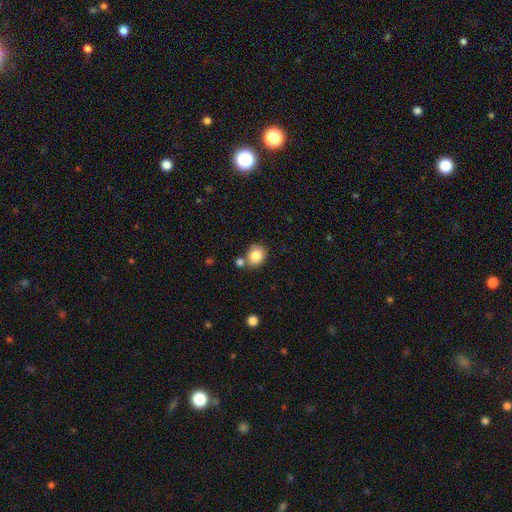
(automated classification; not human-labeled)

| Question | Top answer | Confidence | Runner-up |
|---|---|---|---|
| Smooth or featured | smooth | 83% | star or artifact (9%) |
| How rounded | round | 66% | in between (33%) |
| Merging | none | 67% | merger (17%) |